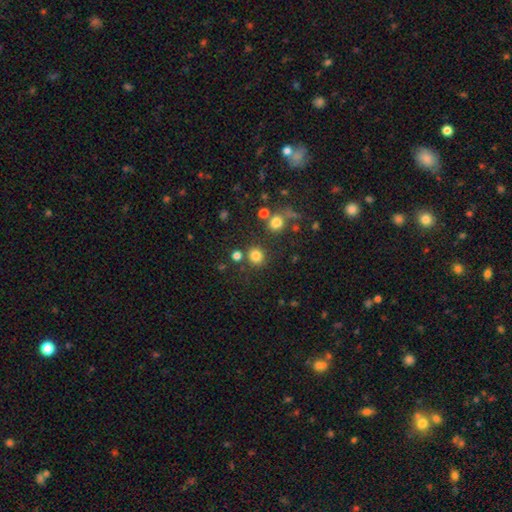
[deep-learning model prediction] This is clearly a smooth galaxy (81%). How rounded: clearly round (84%). Merging: likely none (79%).